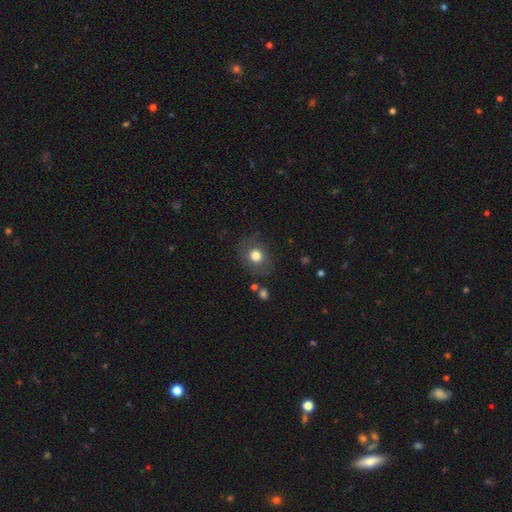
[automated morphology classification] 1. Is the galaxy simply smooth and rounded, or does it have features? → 77% smooth, 12% featured or disk, 11% star or artifact.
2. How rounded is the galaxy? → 69% round, 30% in between, 1% cigar-shaped.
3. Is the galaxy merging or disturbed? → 78% none, 14% minor disturbance, 6% major disturbance, 3% merger.